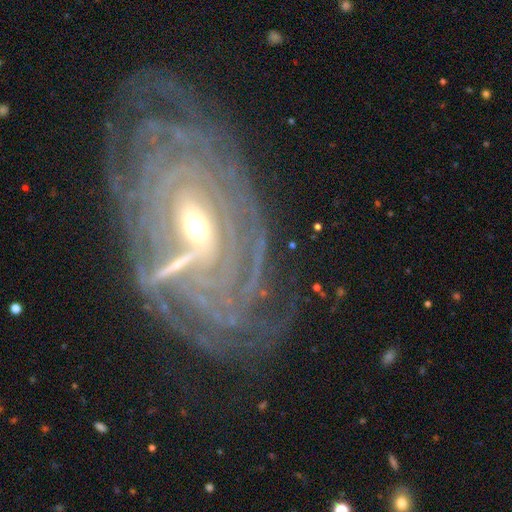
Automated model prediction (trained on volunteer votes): Smooth or featured? Predicted: featured or disk (p=0.88). Edge-on disk? Predicted: no (p=0.94). Bar? Predicted: strong (p=0.40). Spiral arms? Predicted: yes (p=0.95). Spiral winding? Predicted: tight (p=0.81). Spiral arm count? Predicted: more than 4 (p=0.31). Bulge size? Predicted: moderate (p=0.52). Merging? Predicted: none (p=0.69).